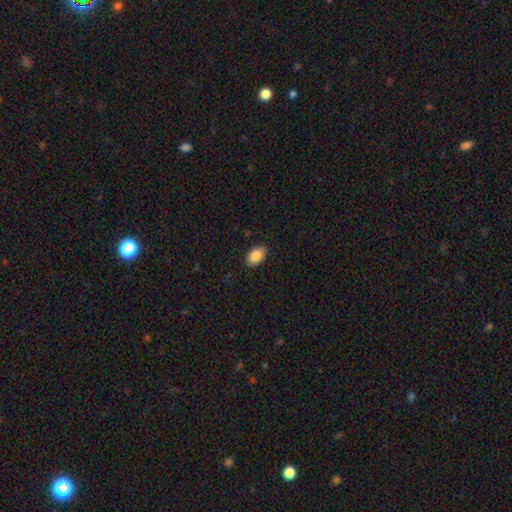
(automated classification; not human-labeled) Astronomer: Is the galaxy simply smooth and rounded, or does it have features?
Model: smooth — 87%.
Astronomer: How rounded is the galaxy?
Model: in between — 90%.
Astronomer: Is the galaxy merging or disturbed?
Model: none — 87%.